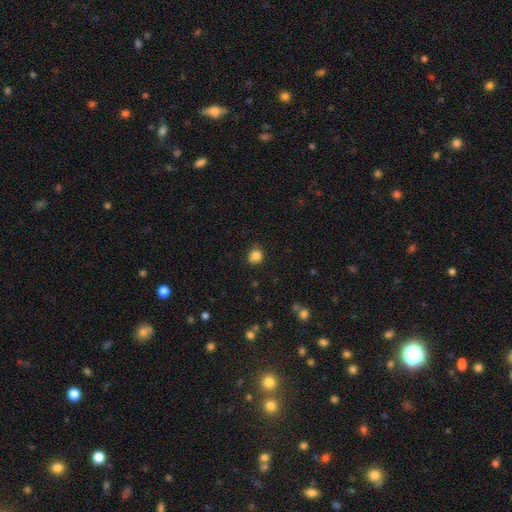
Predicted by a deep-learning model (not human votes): Smooth or featured: smooth — 84% (star or artifact — 11%)
How rounded: round — 82% (in between — 17%)
Merging: none — 81% (minor disturbance — 14%)